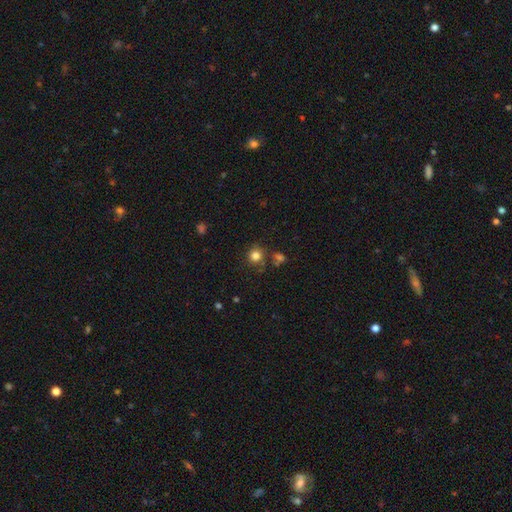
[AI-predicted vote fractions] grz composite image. It shows a smooth galaxy with no disk features (81%) that is round (91%). Merging: none (78%).